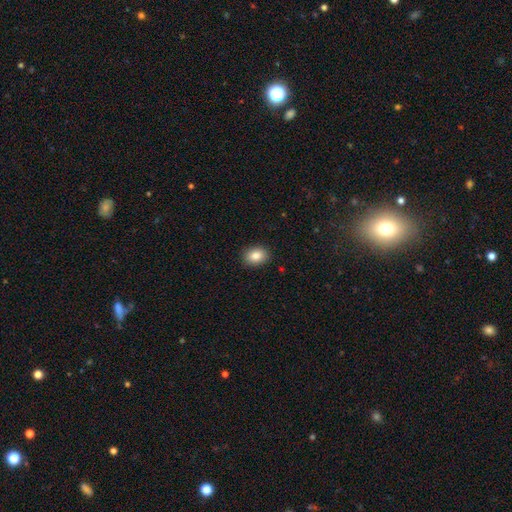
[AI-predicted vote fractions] Q: Smooth or featured?
A: smooth (86%); runner-up: star or artifact (9%)
Q: How rounded?
A: in between (62%); runner-up: round (37%)
Q: Merging?
A: none (89%); runner-up: minor disturbance (8%)